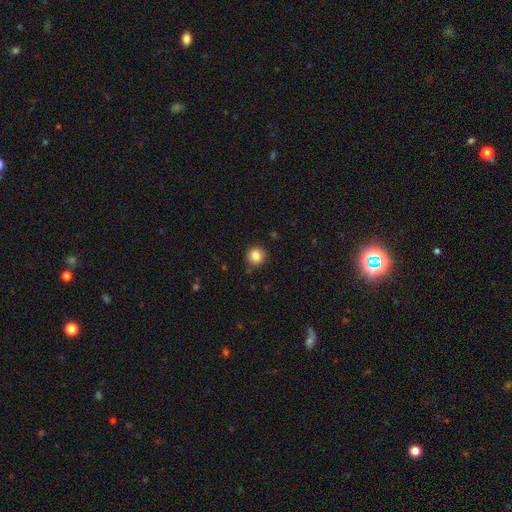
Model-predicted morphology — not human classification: Overall: smooth (85%). How rounded: round (90%). Merging: none (88%).